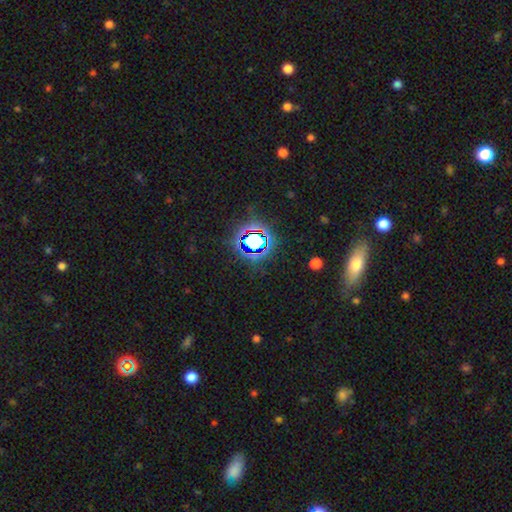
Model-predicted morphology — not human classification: Overall: star or artifact (68%).